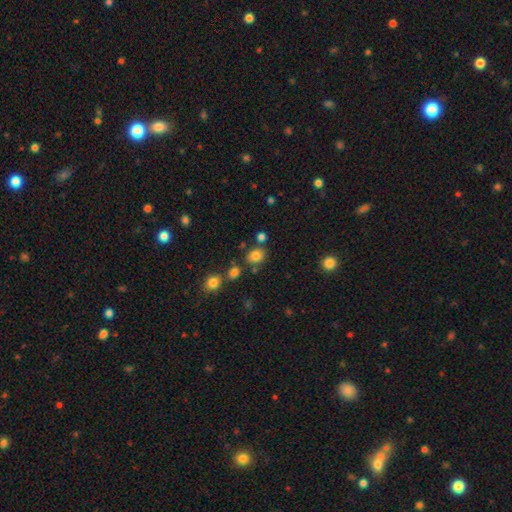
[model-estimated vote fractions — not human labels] A smooth galaxy with no disk features (81%) that is round (58%).

Vote fractions:
- Smooth or featured? smooth: 81% / star or artifact: 13% / featured or disk: 6%
- How rounded? round: 58% / in between: 41% / cigar-shaped: 1%
- Merging? none: 74% / minor disturbance: 11% / merger: 11% / major disturbance: 4%